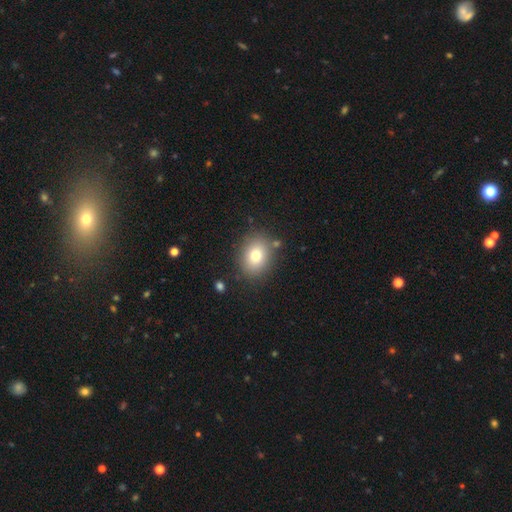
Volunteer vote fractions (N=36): smooth-or-featured: smooth: 81% | featured or disk: 17% | star or artifact: 3%
  how-rounded: in between: 66% | round: 34% | cigar-shaped: 0%
  merging: none: 74% | minor disturbance: 14% | major disturbance: 6% | merger: 6%